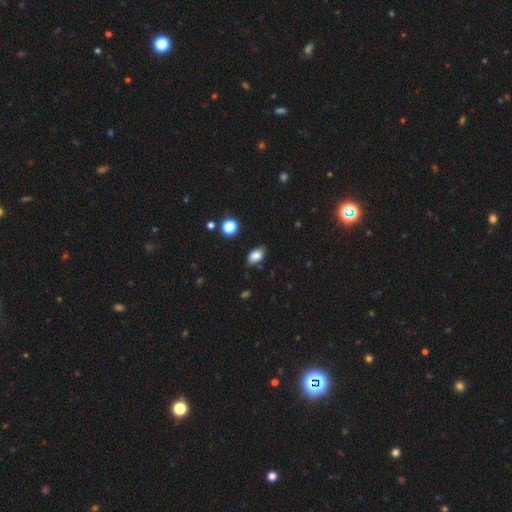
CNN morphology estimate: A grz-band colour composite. It shows a smooth galaxy with no disk features (84%) that is in between round and cigar-shaped (89%). Merging: none (82%).